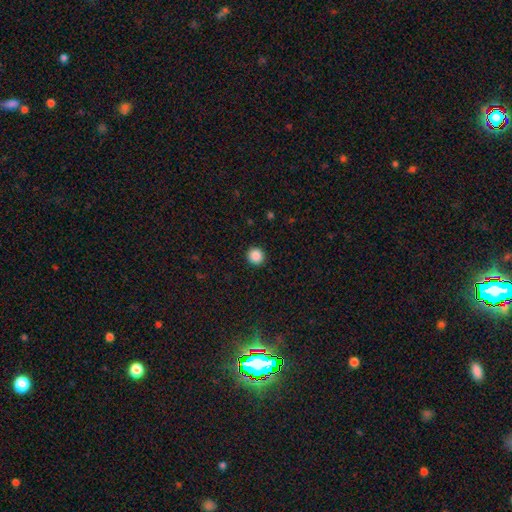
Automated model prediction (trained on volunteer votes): smooth-or-featured: smooth: 88% | star or artifact: 10% | featured or disk: 2%
  how-rounded: round: 94% | in between: 5% | cigar-shaped: 1%
  merging: none: 93% | minor disturbance: 5% | major disturbance: 2% | merger: 1%